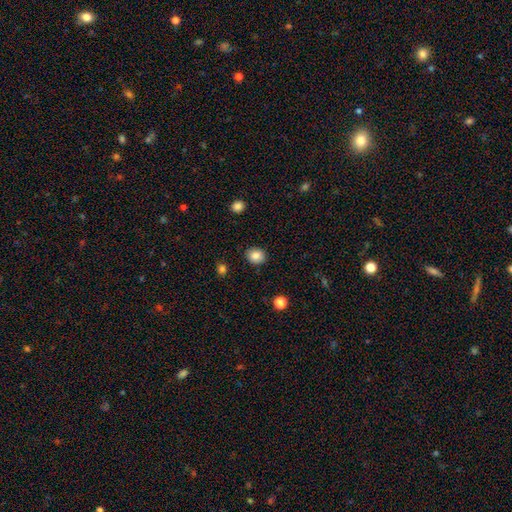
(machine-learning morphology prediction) Smooth or featured? smooth (85%)
How rounded? round (61%)
Merging? none (88%)